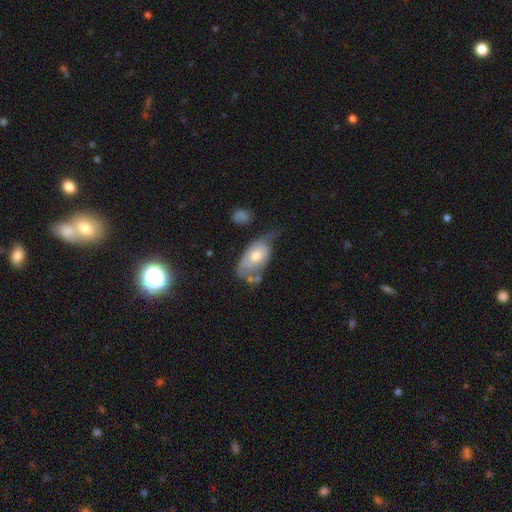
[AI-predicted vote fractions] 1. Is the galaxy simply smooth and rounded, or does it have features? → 56% smooth, 37% featured or disk, 7% star or artifact.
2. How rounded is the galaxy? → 91% in between, 6% round, 3% cigar-shaped.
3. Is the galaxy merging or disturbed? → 35% minor disturbance, 29% none, 24% major disturbance, 11% merger.